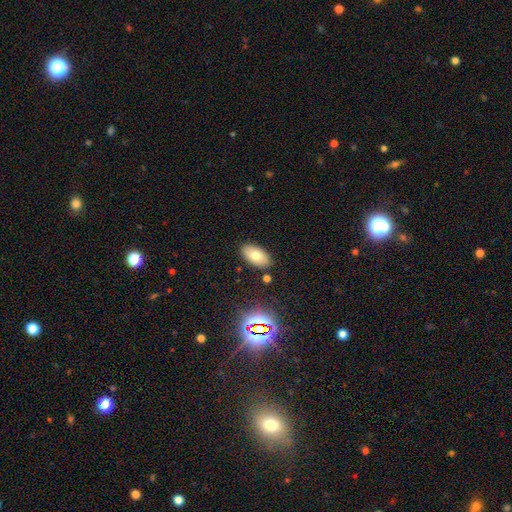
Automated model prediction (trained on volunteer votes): Overall: smooth (71%). How rounded: in between (94%). Merging: none (85%).